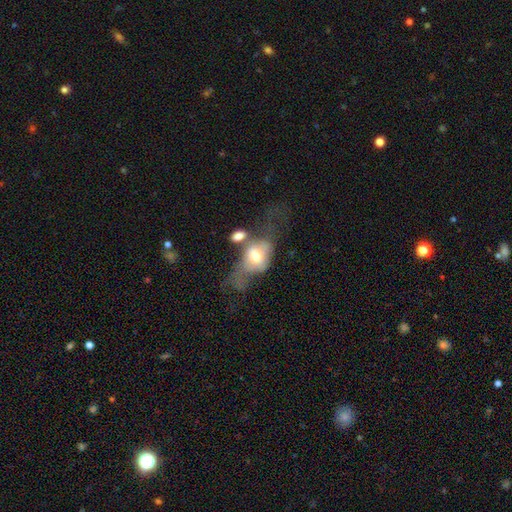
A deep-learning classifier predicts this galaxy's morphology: This is possibly a smooth galaxy (55%). How rounded: likely in between (69%). Merging: marginally major disturbance (38%).